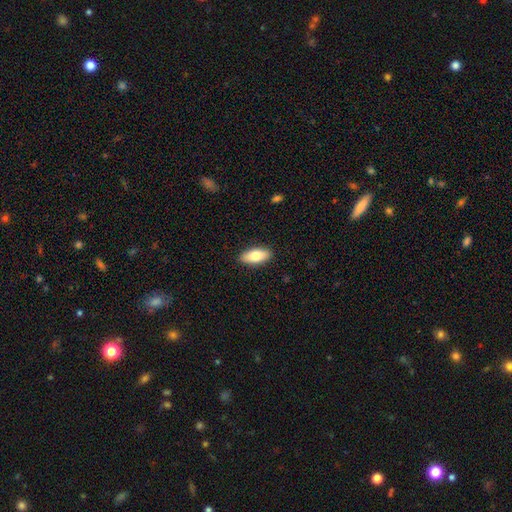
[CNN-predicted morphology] Smooth or featured: smooth — 78% (featured or disk — 16%)
How rounded: in between — 85% (cigar-shaped — 12%)
Merging: none — 90% (minor disturbance — 7%)